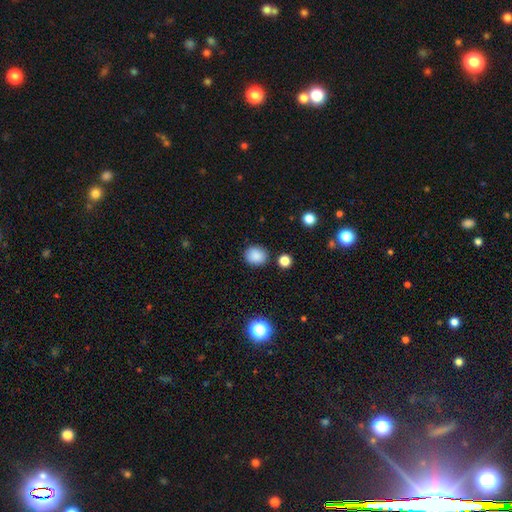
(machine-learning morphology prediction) A smooth galaxy with no disk features (86%) that is round (74%). Merging: none (85%).